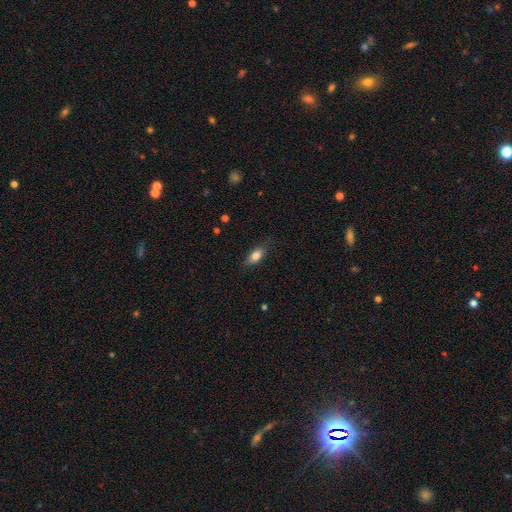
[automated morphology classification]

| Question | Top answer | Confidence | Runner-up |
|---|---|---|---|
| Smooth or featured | smooth | 80% | featured or disk (13%) |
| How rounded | in between | 82% | cigar-shaped (12%) |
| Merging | none | 77% | minor disturbance (18%) |